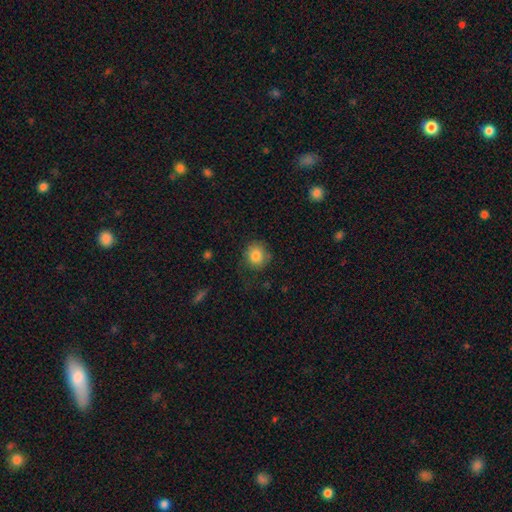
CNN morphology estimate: Smooth or featured?
  - smooth: 83% *
  - star or artifact: 10%
  - featured or disk: 7%
How rounded?
  - round: 84% *
  - in between: 15%
  - cigar-shaped: 1%
Merging?
  - none: 75% *
  - minor disturbance: 18%
  - major disturbance: 6%
  - merger: 1%